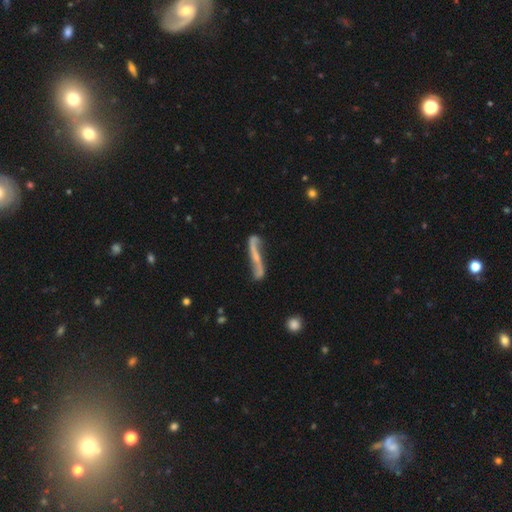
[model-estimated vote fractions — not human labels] Morphology: type=featured or disk (75%); edge-on=no (67%); merging=none (58%).